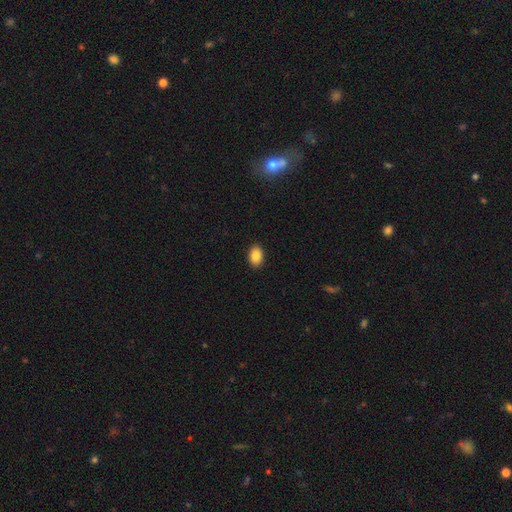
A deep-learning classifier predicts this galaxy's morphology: Overall: smooth (88%). How rounded: in between (83%). Merging: none (91%).